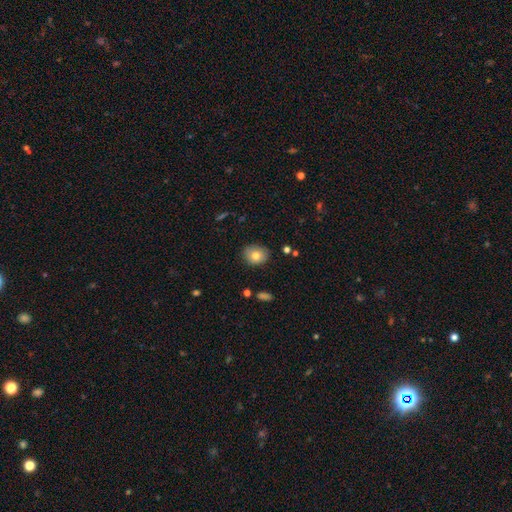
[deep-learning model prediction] Q: Smooth or featured?
A: smooth (78%); runner-up: featured or disk (13%)
Q: How rounded?
A: round (51%); runner-up: in between (48%)
Q: Merging?
A: none (83%); runner-up: minor disturbance (13%)